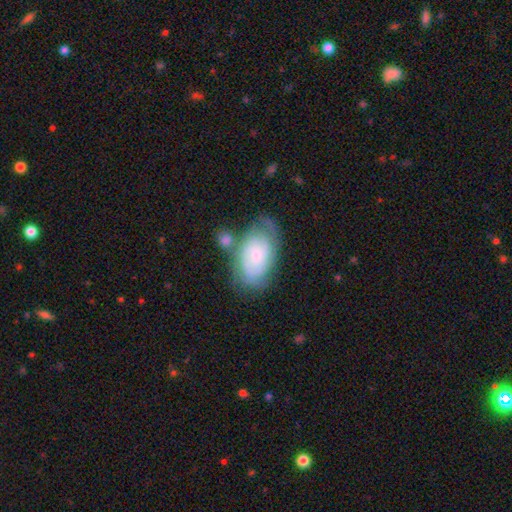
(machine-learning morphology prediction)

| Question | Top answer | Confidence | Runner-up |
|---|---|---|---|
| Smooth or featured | featured or disk | 63% | smooth (30%) |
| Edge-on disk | no | 96% | yes (4%) |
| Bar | no | 71% | weak (26%) |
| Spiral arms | yes | 87% | no (13%) |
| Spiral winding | tight | 62% | medium (29%) |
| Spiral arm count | can't tell | 43% | 2 (35%) |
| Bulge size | small | 60% | moderate (28%) |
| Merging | none | 52% | minor disturbance (24%) |